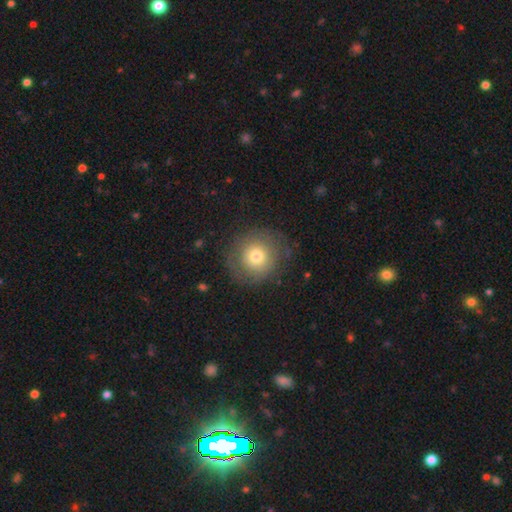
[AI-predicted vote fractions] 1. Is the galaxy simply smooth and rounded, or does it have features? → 65% smooth, 23% featured or disk, 12% star or artifact.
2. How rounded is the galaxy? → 91% round, 8% in between, 1% cigar-shaped.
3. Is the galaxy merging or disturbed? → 80% none, 12% minor disturbance, 6% major disturbance, 1% merger.